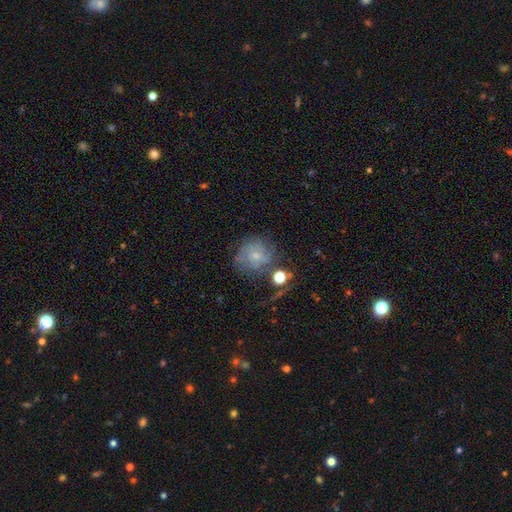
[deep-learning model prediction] A featured or disk galaxy (53%) with no bar (74%), spiral arms (81%) and a small central bulge (67%). Merging: none (60%).